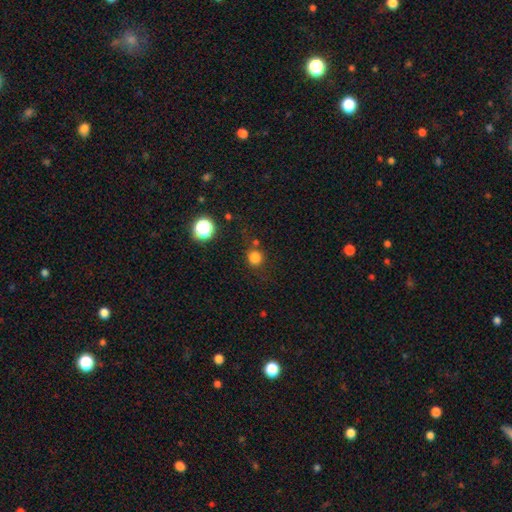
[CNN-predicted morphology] Q: Smooth or featured?
A: smooth (78%); runner-up: star or artifact (18%)
Q: How rounded?
A: round (92%); runner-up: in between (7%)
Q: Merging?
A: none (77%); runner-up: minor disturbance (11%)